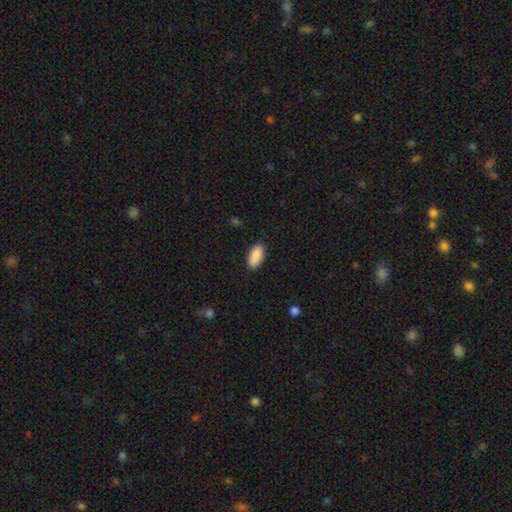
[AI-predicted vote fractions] smooth_or_featured: smooth (p=0.90) [alt: star or artifact p=0.06]
how_rounded: in between (p=0.90) [alt: cigar-shaped p=0.08]
merging: none (p=0.87) [alt: minor disturbance p=0.09]